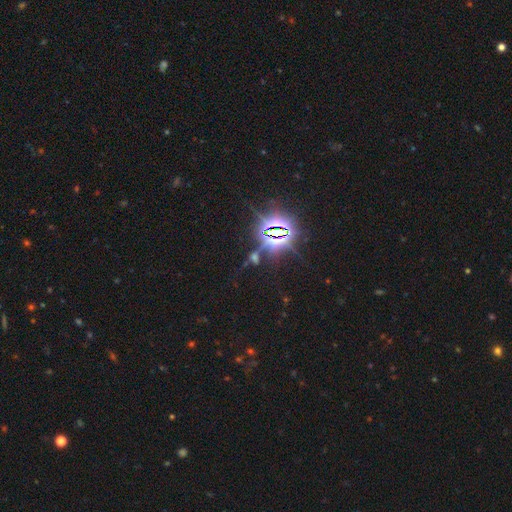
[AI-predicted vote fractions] Smooth or featured? star or artifact (84%)